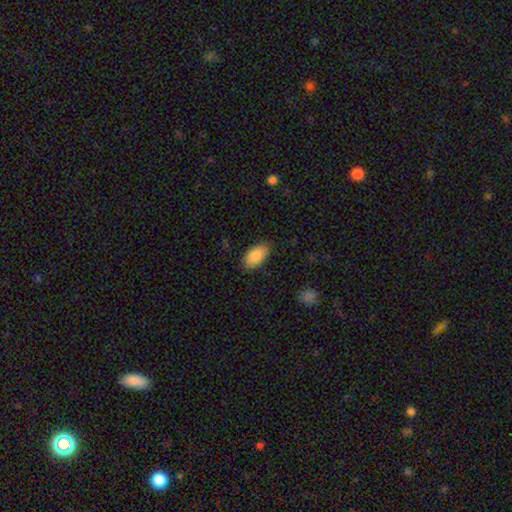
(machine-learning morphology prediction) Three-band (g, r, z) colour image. It shows a smooth galaxy with no disk features (88%) that is in between round and cigar-shaped (94%). Merging: none (84%).